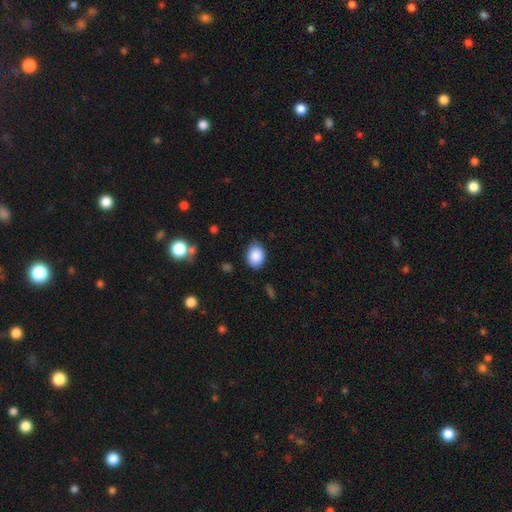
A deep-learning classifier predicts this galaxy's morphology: smooth_or_featured: smooth (p=0.88) [alt: star or artifact p=0.08]
how_rounded: in between (p=0.66) [alt: round p=0.33]
merging: none (p=0.80) [alt: minor disturbance p=0.15]